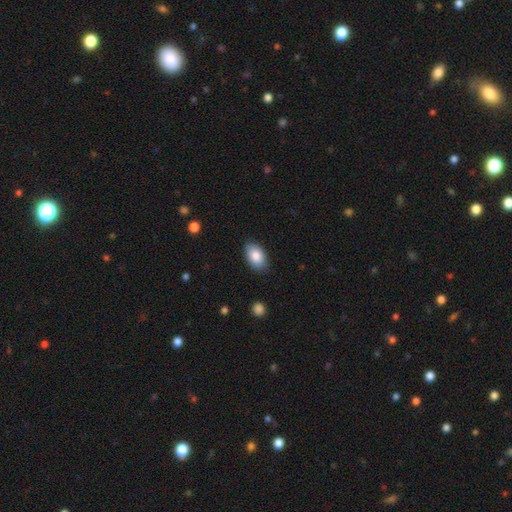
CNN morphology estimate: Smooth or featured? Predicted: smooth (p=0.85). How rounded? Predicted: in between (p=0.92). Merging? Predicted: none (p=0.85).